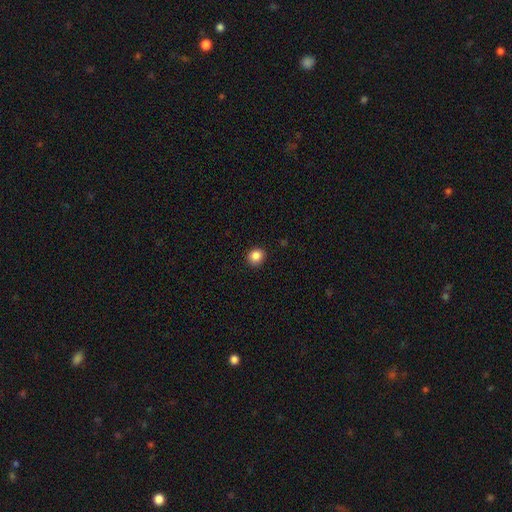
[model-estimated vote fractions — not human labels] smooth-or-featured: smooth: 87% | star or artifact: 10% | featured or disk: 3%
  how-rounded: round: 84% | in between: 15% | cigar-shaped: 1%
  merging: none: 90% | minor disturbance: 7% | major disturbance: 2% | merger: 1%